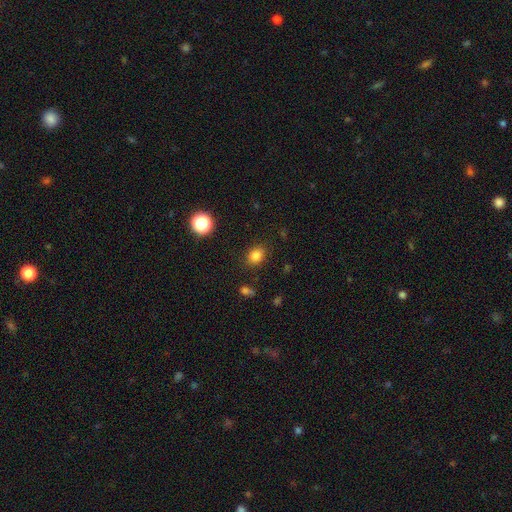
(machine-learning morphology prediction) This is clearly a smooth galaxy (82%). How rounded: possibly in between (53%). Merging: clearly none (85%).